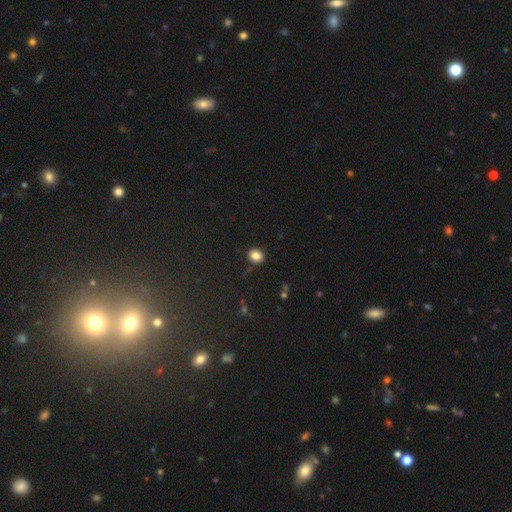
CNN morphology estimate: The model was most divided on "how rounded": round: 65%, in between: 34%, cigar-shaped: 1%. More confident: merging — none (89%); smooth or featured — smooth (85%).